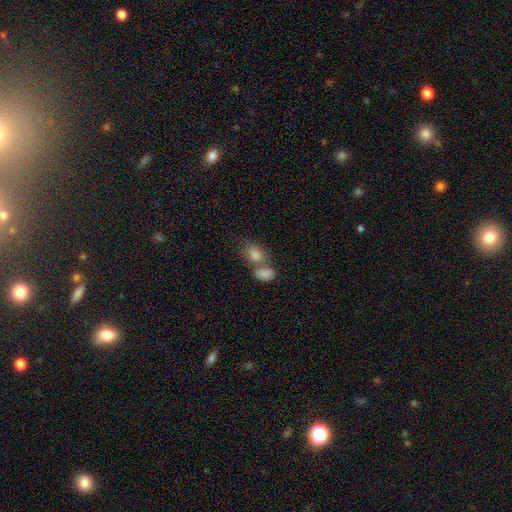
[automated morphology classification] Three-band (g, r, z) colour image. It shows a smooth galaxy with no disk features (82%) that is in between round and cigar-shaped (74%). Merging: merger (51%).